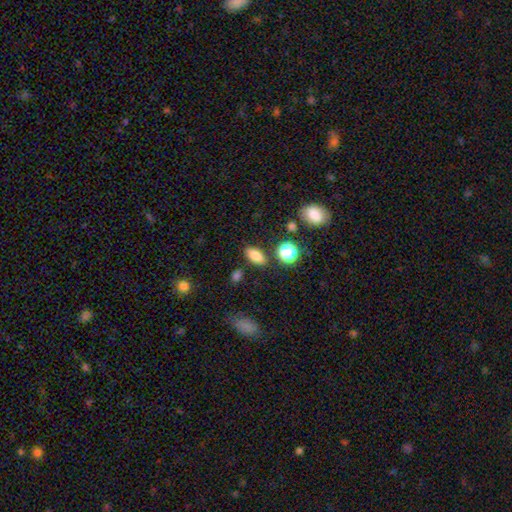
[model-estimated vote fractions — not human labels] Smooth or featured: smooth — 80% (star or artifact — 13%)
How rounded: in between — 87% (round — 8%)
Merging: none — 83% (minor disturbance — 10%)